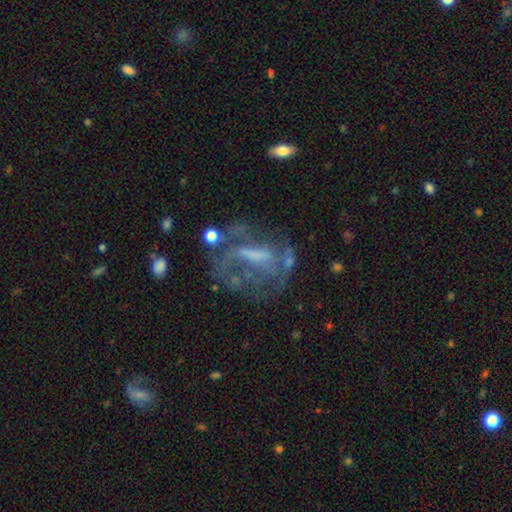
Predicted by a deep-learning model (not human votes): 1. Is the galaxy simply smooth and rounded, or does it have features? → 69% featured or disk, 17% smooth, 14% star or artifact.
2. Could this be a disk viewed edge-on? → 94% no, 6% yes.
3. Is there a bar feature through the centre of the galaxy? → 36% weak, 34% no, 30% strong.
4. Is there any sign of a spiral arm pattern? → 52% no, 48% yes.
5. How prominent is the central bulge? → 44% none, 25% moderate, 22% small, 6% large, 1% dominant.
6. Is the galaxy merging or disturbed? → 45% none, 31% major disturbance, 18% minor disturbance, 6% merger.